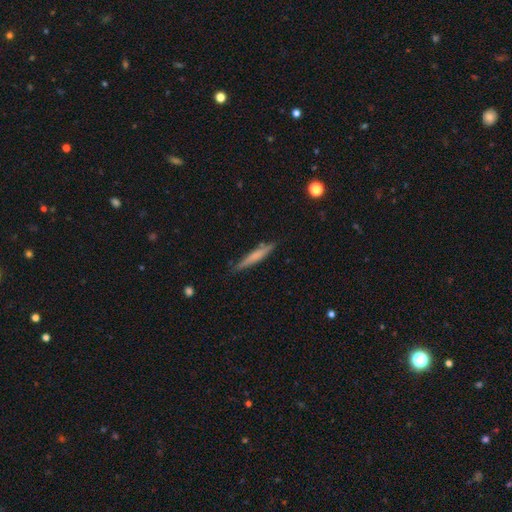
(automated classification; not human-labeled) smooth-or-featured: smooth: 57% | featured or disk: 37% | star or artifact: 6%
  how-rounded: cigar-shaped: 93% | in between: 5% | round: 1%
  merging: none: 83% | minor disturbance: 13% | major disturbance: 2% | merger: 2%